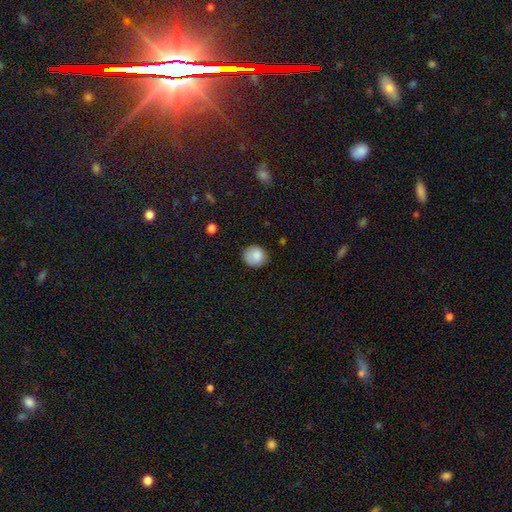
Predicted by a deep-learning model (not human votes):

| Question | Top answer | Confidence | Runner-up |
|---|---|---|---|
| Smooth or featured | smooth | 82% | featured or disk (9%) |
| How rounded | round | 77% | in between (22%) |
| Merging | none | 73% | minor disturbance (21%) |